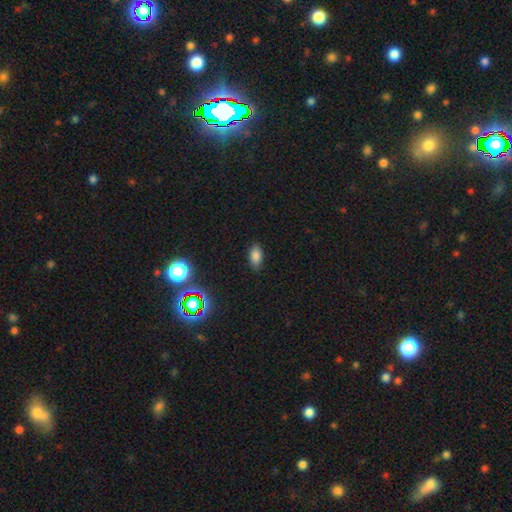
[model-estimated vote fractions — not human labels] Overall: smooth (82%). How rounded: in between (91%). Merging: none (85%).